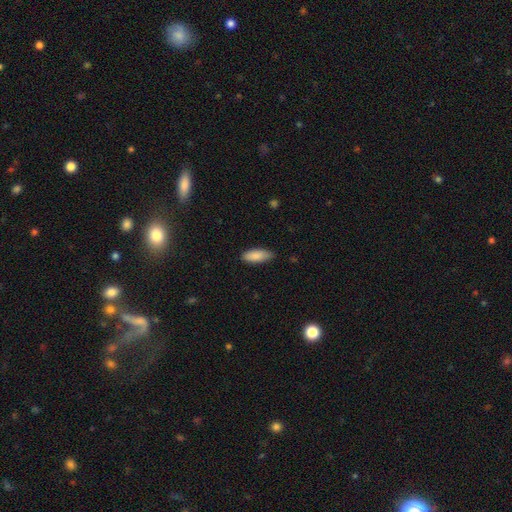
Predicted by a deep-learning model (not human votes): A smooth galaxy with no disk features (88%) that is in between round and cigar-shaped (77%).

Vote fractions:
- Smooth or featured? smooth: 88% / featured or disk: 6% / star or artifact: 6%
- How rounded? in between: 77% / cigar-shaped: 21% / round: 2%
- Merging? none: 82% / minor disturbance: 15% / major disturbance: 2% / merger: 1%